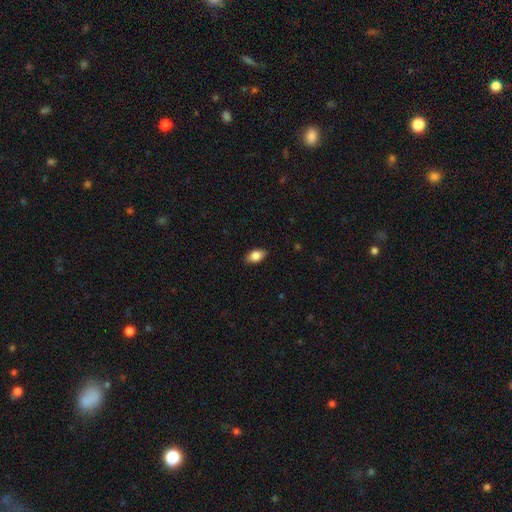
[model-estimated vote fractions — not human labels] Overall: smooth (83%). How rounded: in between (90%). Merging: none (88%).